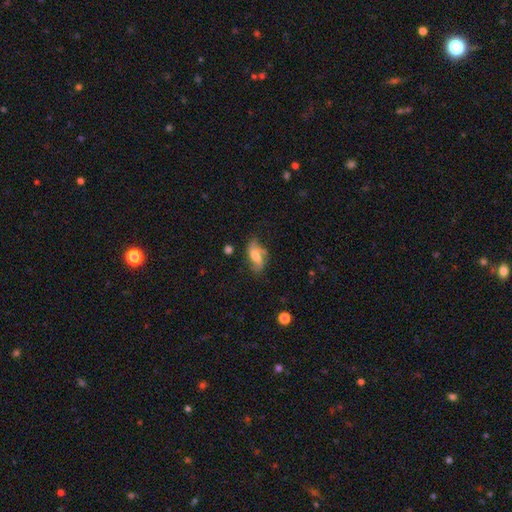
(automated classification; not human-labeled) Smooth or featured? smooth (46%)
Merging? none (51%)